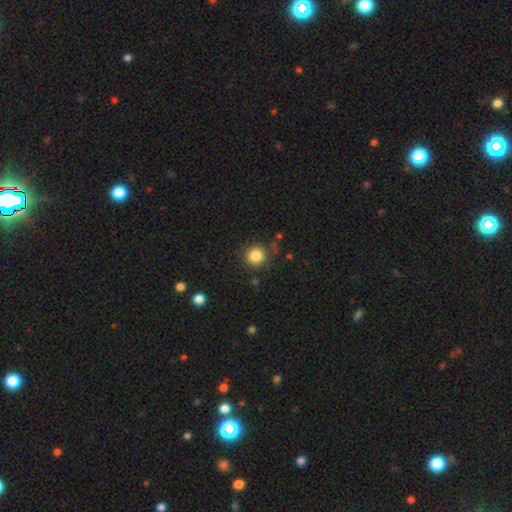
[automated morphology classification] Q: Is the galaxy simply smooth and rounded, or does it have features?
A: smooth — 84%.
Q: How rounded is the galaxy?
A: round — 93%.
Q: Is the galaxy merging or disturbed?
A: none — 86%.